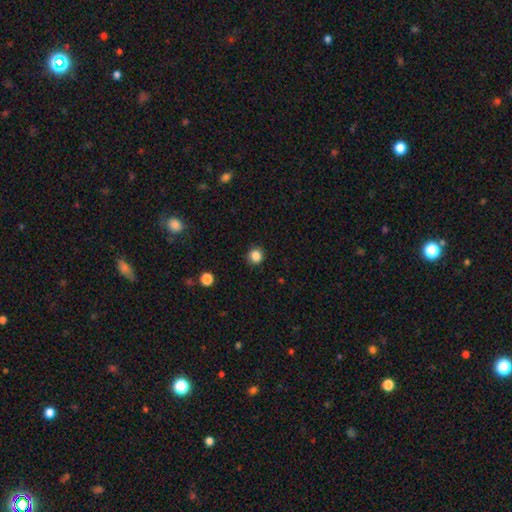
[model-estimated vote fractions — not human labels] smooth 85%, star or artifact 12%, featured or disk 3%. Down the decision tree: how rounded — round (90%); merging — none (89%).